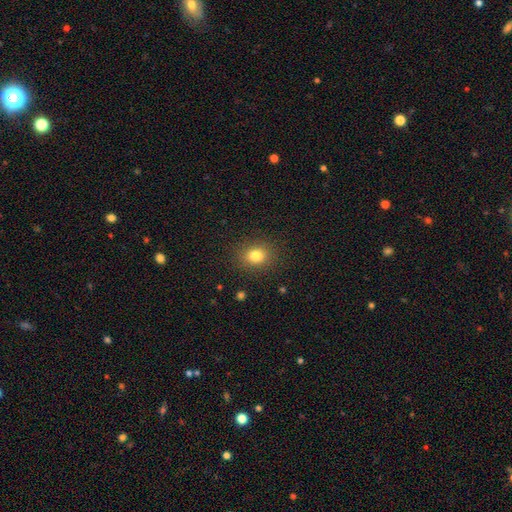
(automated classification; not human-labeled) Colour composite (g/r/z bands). It shows a smooth galaxy with no disk features (80%) that is round (58%). Merging: none (87%).